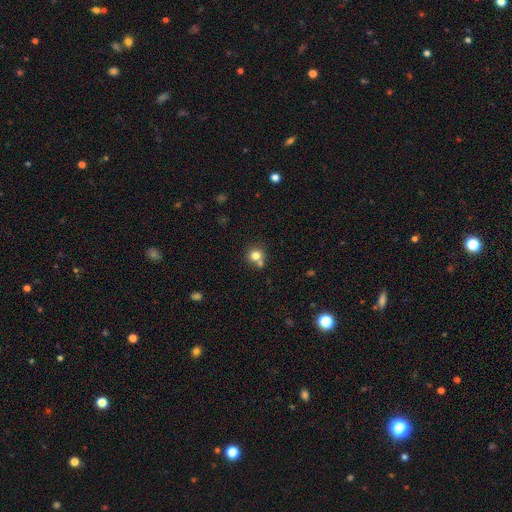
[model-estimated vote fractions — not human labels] A smooth galaxy with no disk features (79%) that is round (87%).

Vote fractions:
- Smooth or featured? smooth: 79% / star or artifact: 12% / featured or disk: 9%
- How rounded? round: 87% / in between: 12% / cigar-shaped: 1%
- Merging? none: 58% / merger: 29% / minor disturbance: 10% / major disturbance: 3%